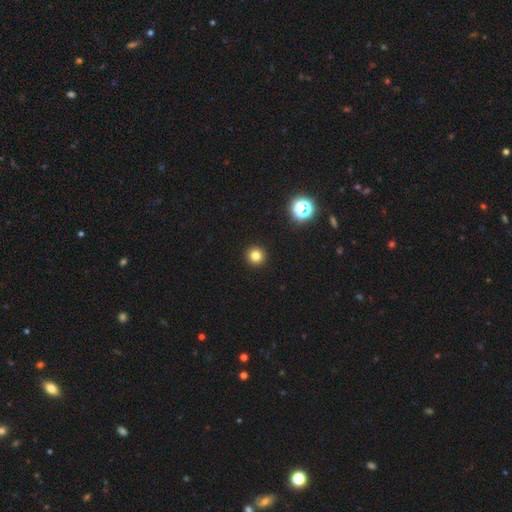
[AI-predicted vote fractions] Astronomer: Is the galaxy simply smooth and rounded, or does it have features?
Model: smooth — 79%.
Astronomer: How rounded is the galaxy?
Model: round — 95%.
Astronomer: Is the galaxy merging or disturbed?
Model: none — 94%.